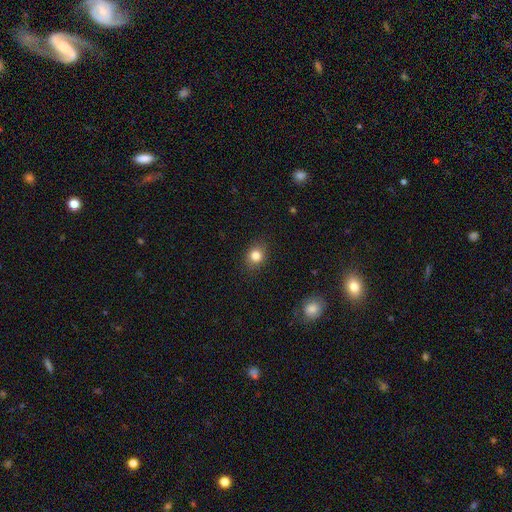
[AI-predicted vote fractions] This appears to be a smooth galaxy with no disk features (83%) that is round (66%). Merging: none (87%).